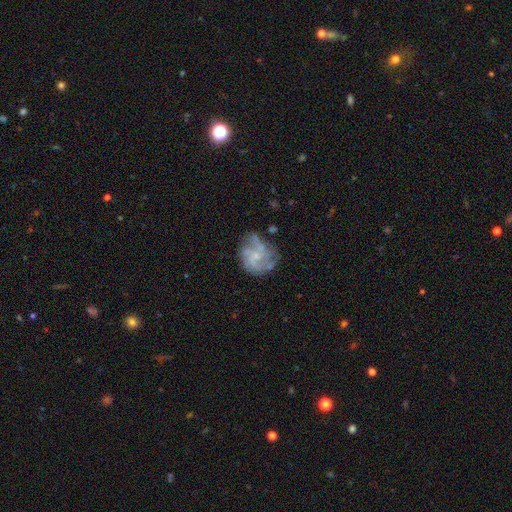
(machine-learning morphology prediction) Smooth or featured: featured or disk — 74% (smooth — 18%)
Edge-on disk: no — 98% (yes — 2%)
Bar: no — 69% (weak — 27%)
Spiral arms: yes — 83% (no — 17%)
Spiral winding: medium — 45% (tight — 33%)
Spiral arm count: 3 — 31% (can't tell — 28%)
Bulge size: small — 61% (moderate — 19%)
Merging: none — 57% (minor disturbance — 23%)